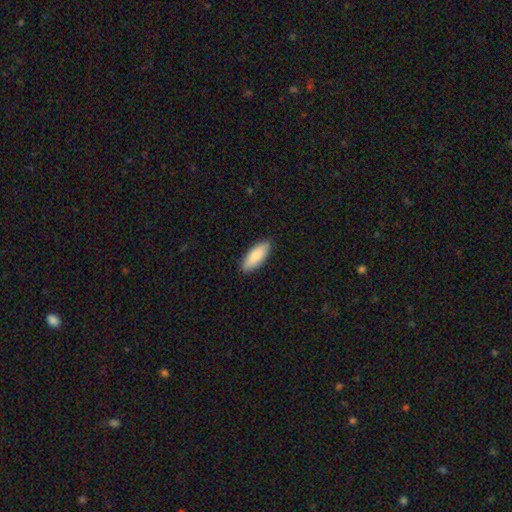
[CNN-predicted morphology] type=smooth (87%); roundness=in between (77%); merging=none (90%).